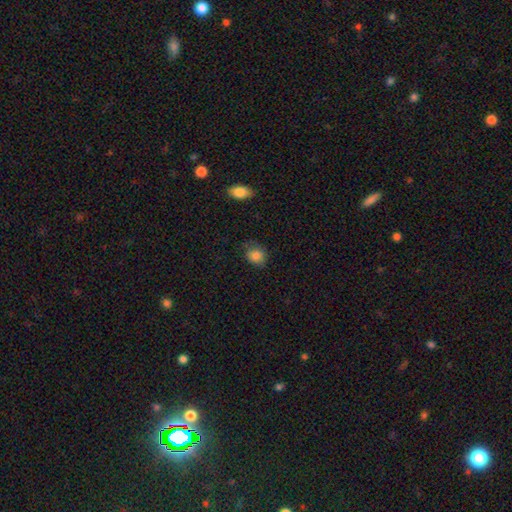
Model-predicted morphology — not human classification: This appears to be a smooth galaxy with no disk features (84%) that is round (63%). Merging: none (62%).